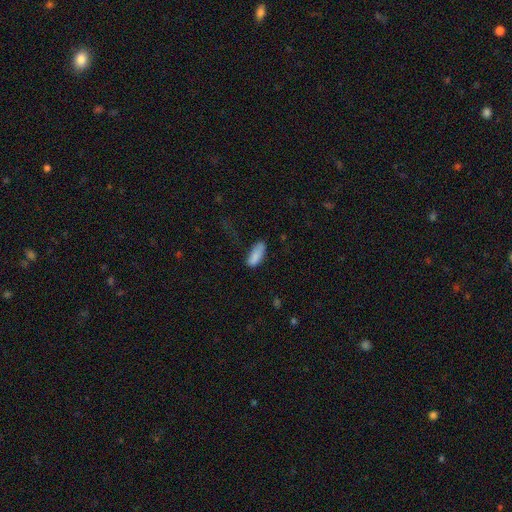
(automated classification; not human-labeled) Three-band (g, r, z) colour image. It shows a smooth galaxy with no disk features (85%) that is in between round and cigar-shaped (79%). Merging: none (56%).